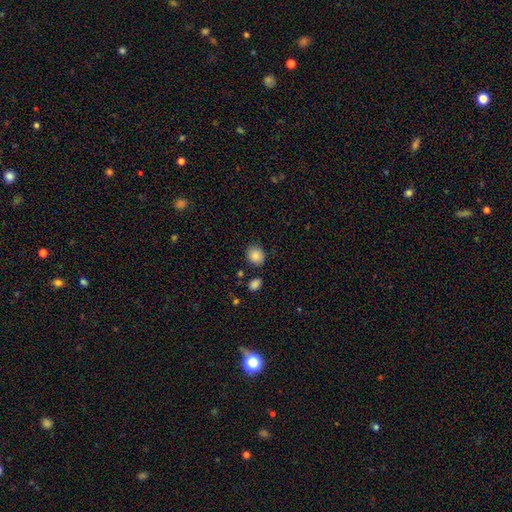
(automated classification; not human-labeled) This appears to be a smooth galaxy with no disk features (87%) that is round (64%). Merging: none (83%).